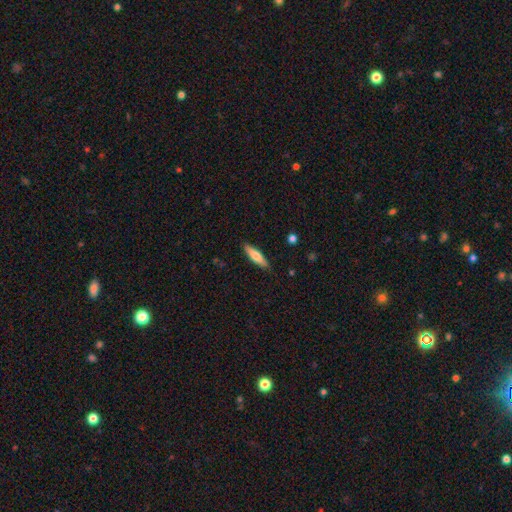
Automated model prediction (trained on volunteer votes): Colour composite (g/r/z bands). It shows a smooth galaxy with no disk features (67%) that is cigar-shaped (71%). Merging: none (88%).